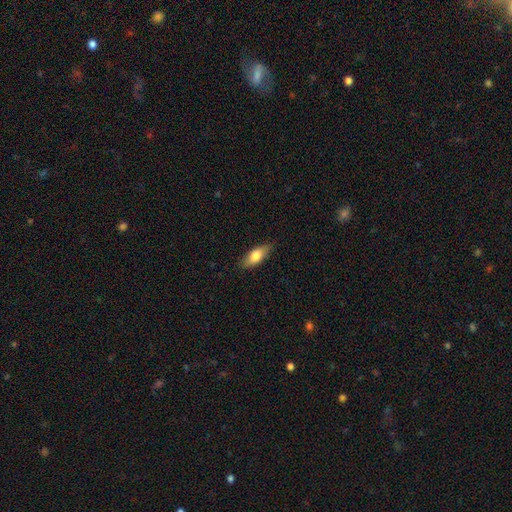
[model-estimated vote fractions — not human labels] Smooth or featured?
  - smooth: 75% *
  - featured or disk: 19%
  - star or artifact: 6%
How rounded?
  - in between: 77% *
  - cigar-shaped: 20%
  - round: 3%
Merging?
  - none: 83% *
  - minor disturbance: 14%
  - major disturbance: 2%
  - merger: 1%